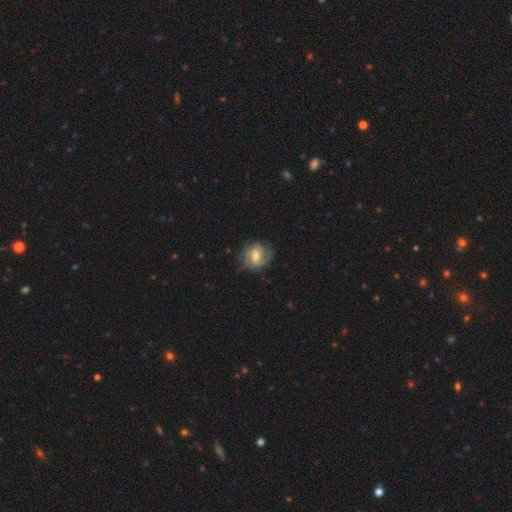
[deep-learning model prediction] Smooth or featured: featured or disk — 69% (smooth — 25%)
Edge-on disk: no — 97% (yes — 3%)
Bar: weak — 51% (no — 33%)
Spiral arms: yes — 89% (no — 11%)
Spiral winding: medium — 43% (tight — 34%)
Spiral arm count: 2 — 63% (can't tell — 18%)
Bulge size: moderate — 62% (small — 32%)
Merging: none — 70% (minor disturbance — 21%)